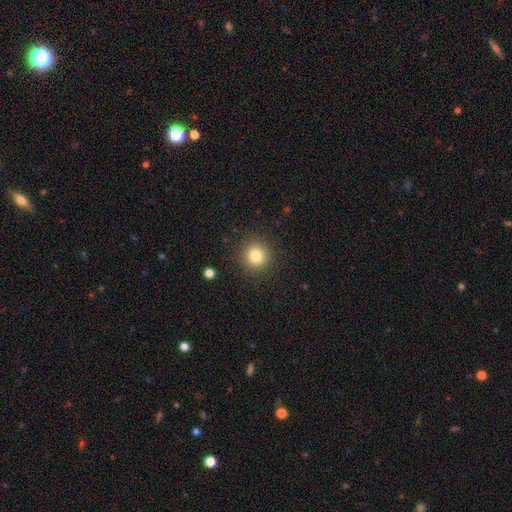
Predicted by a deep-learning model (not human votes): smooth 81%, star or artifact 12%, featured or disk 7%. Down the decision tree: how rounded — round (93%); merging — none (90%).